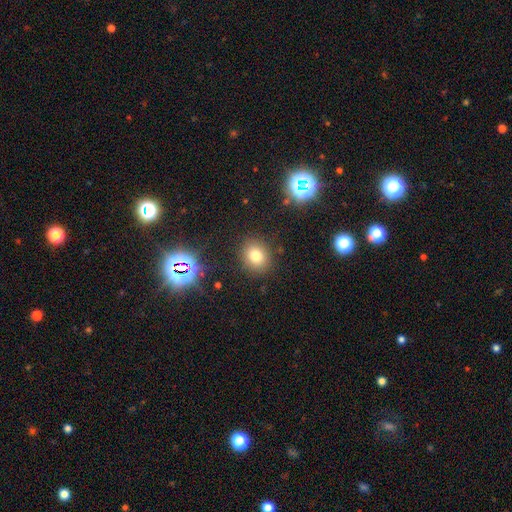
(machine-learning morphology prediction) Overall: smooth (74%). How rounded: round (74%). Merging: none (87%).